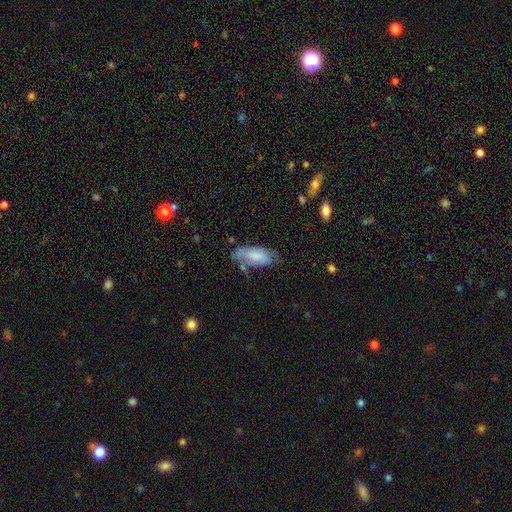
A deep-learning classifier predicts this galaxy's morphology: Overall: smooth (74%). How rounded: in between (83%). Merging: none (45%; minor disturbance 34%).